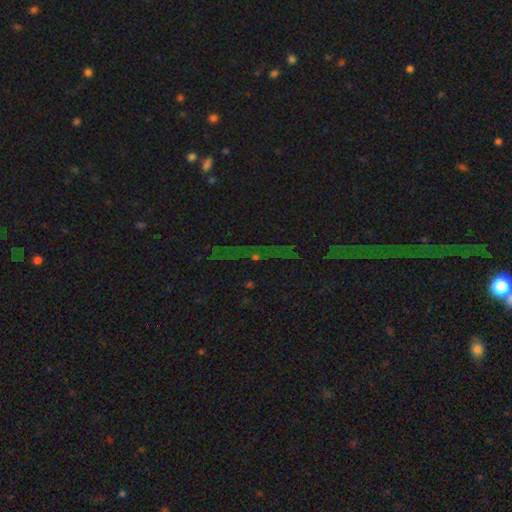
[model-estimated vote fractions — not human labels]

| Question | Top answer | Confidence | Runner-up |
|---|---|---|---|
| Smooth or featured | star or artifact | 72% | featured or disk (14%) |